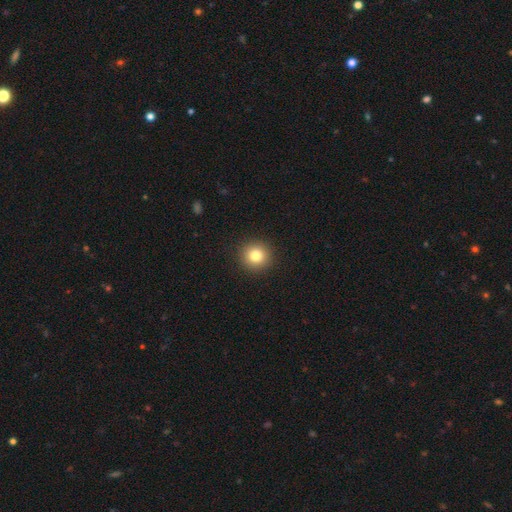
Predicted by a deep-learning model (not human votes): Q: Smooth or featured?
A: smooth (81%); runner-up: star or artifact (11%)
Q: How rounded?
A: round (92%); runner-up: in between (7%)
Q: Merging?
A: none (92%); runner-up: minor disturbance (5%)